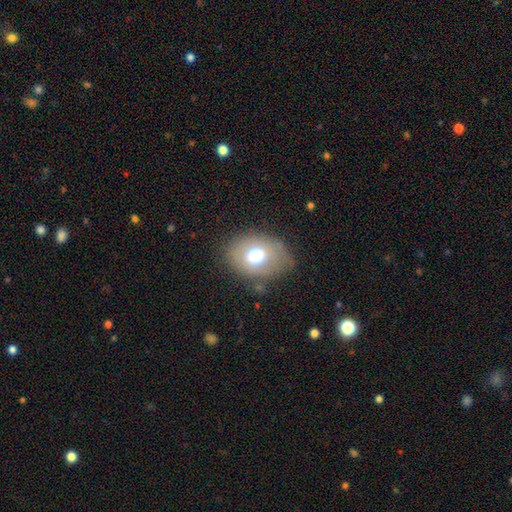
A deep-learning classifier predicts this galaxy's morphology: A smooth galaxy with no disk features (65%) that is in between round and cigar-shaped (66%).

Vote fractions:
- Smooth or featured? smooth: 65% / featured or disk: 24% / star or artifact: 11%
- How rounded? in between: 66% / round: 33% / cigar-shaped: 1%
- Merging? none: 71% / minor disturbance: 20% / major disturbance: 7% / merger: 2%